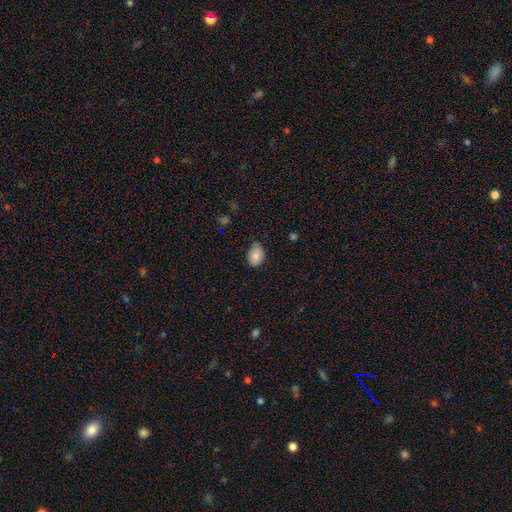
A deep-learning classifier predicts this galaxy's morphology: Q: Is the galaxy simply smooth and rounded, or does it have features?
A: smooth — 84%.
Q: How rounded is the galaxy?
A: in between — 82%.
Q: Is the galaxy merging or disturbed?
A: none — 67%.